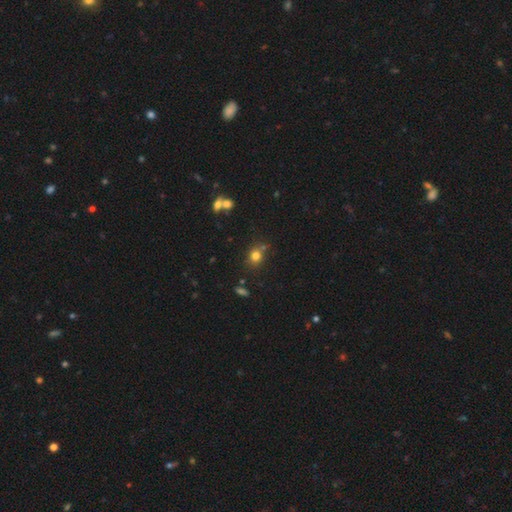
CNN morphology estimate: A smooth galaxy with no disk features (77%) that is round (76%).

Vote fractions:
- Smooth or featured? smooth: 77% / star or artifact: 16% / featured or disk: 8%
- How rounded? round: 76% / in between: 23% / cigar-shaped: 1%
- Merging? none: 72% / minor disturbance: 13% / merger: 11% / major disturbance: 4%